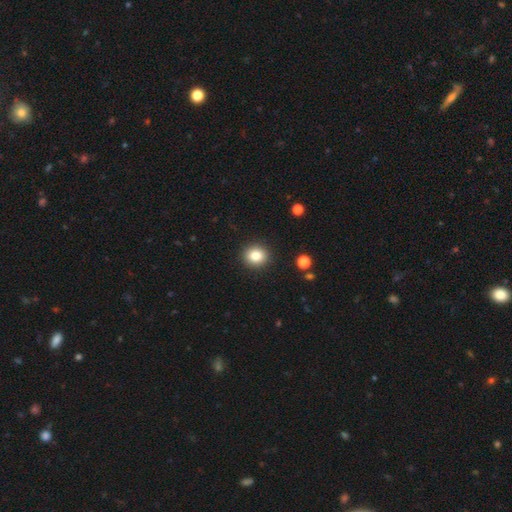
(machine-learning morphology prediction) Smooth or featured? Predicted: smooth (p=0.83). How rounded? Predicted: round (p=0.84). Merging? Predicted: none (p=0.91).